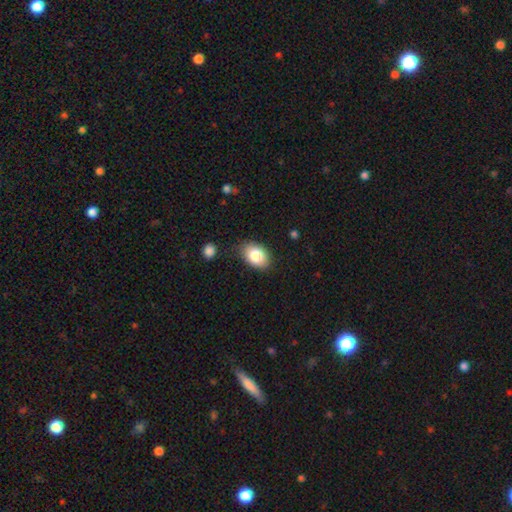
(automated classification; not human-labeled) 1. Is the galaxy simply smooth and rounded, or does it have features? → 83% smooth, 9% featured or disk, 7% star or artifact.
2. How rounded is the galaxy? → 84% in between, 14% round, 1% cigar-shaped.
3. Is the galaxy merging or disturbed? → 81% none, 14% minor disturbance, 3% major disturbance, 2% merger.